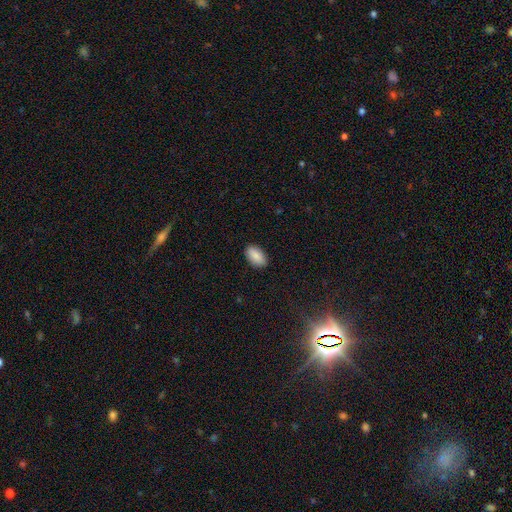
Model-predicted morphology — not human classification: smooth-or-featured: smooth: 86% | star or artifact: 7% | featured or disk: 7%
  how-rounded: in between: 93% | round: 5% | cigar-shaped: 2%
  merging: none: 89% | minor disturbance: 8% | major disturbance: 2% | merger: 1%